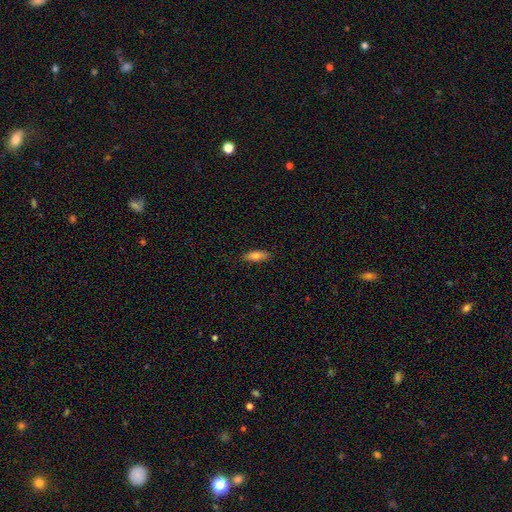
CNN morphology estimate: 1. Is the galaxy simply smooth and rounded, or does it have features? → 79% smooth, 14% featured or disk, 7% star or artifact.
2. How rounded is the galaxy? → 64% in between, 34% cigar-shaped, 2% round.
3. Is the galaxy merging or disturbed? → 87% none, 10% minor disturbance, 2% major disturbance, 1% merger.